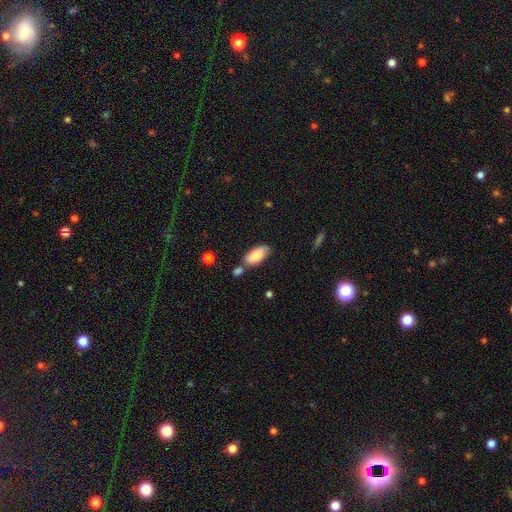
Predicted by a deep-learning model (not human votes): This appears to be a smooth galaxy with no disk features (83%) that is in between round and cigar-shaped (91%). Merging: none (60%).